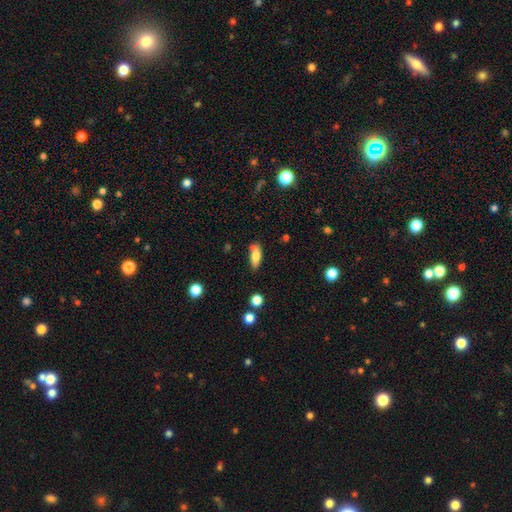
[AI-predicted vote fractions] Smooth or featured?
  - smooth: 74% *
  - featured or disk: 18%
  - star or artifact: 8%
How rounded?
  - in between: 72% *
  - cigar-shaped: 25%
  - round: 3%
Merging?
  - none: 69% *
  - minor disturbance: 19%
  - merger: 7%
  - major disturbance: 4%